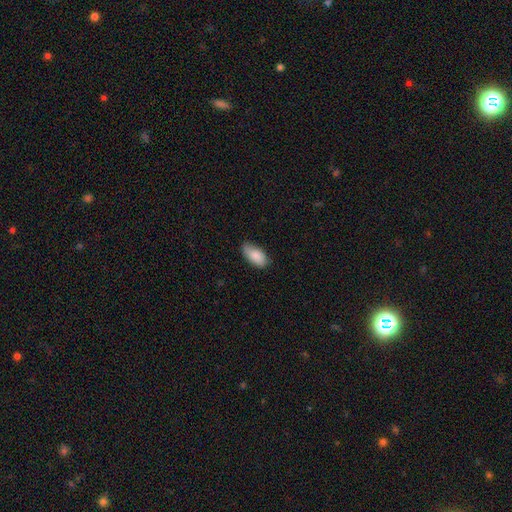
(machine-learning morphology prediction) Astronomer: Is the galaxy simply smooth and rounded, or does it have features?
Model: smooth — 86%.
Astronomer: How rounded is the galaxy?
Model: in between — 93%.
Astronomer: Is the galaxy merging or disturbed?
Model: none — 70%.